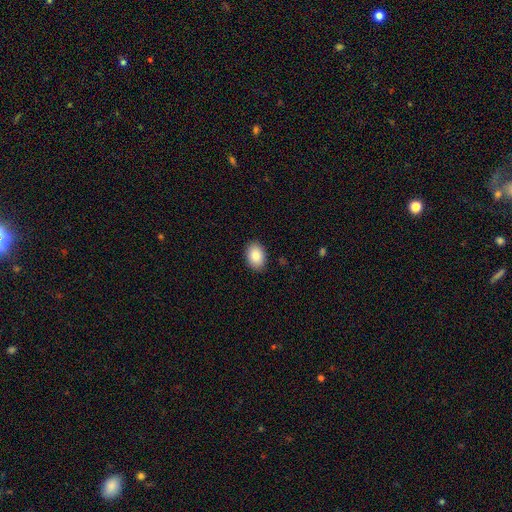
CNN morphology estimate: Smooth or featured? smooth (87%)
How rounded? in between (84%)
Merging? none (89%)